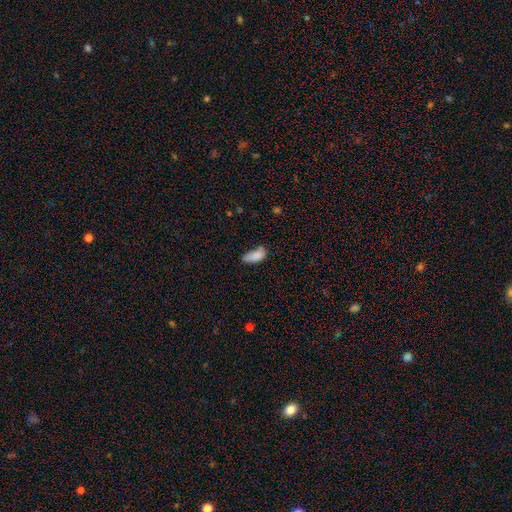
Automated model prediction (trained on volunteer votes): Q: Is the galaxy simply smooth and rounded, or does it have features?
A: smooth — 84%.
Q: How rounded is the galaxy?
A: in between — 85%.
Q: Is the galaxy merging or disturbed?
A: none — 47%.